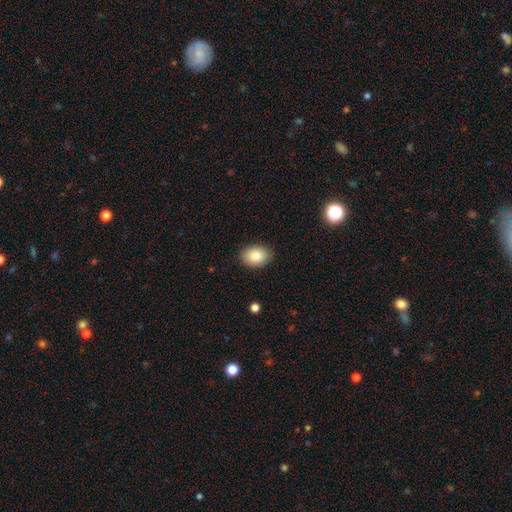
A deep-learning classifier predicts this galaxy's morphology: Smooth or featured?
  - smooth: 84% *
  - featured or disk: 9%
  - star or artifact: 8%
How rounded?
  - in between: 75% *
  - round: 24%
  - cigar-shaped: 1%
Merging?
  - none: 89% *
  - minor disturbance: 8%
  - major disturbance: 2%
  - merger: 1%